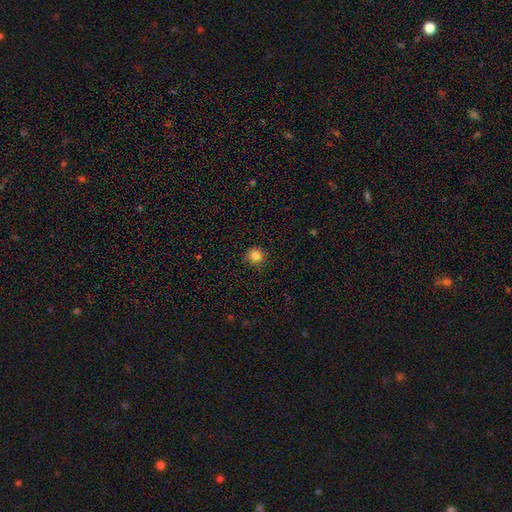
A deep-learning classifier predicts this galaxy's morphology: Smooth or featured? smooth (84%)
How rounded? round (94%)
Merging? none (91%)